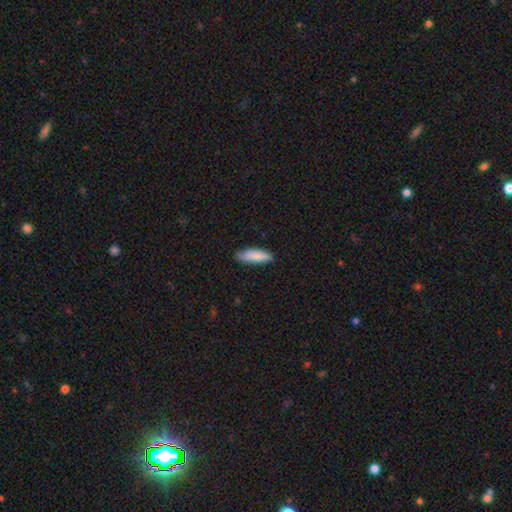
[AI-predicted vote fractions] A smooth galaxy with no disk features (85%) that is cigar-shaped (51%). Merging: none (78%).